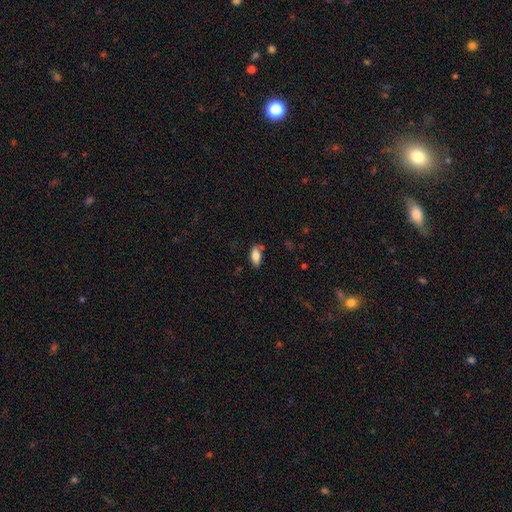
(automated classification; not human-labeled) Smooth or featured?
  - smooth: 80% *
  - featured or disk: 13%
  - star or artifact: 7%
How rounded?
  - in between: 87% *
  - cigar-shaped: 10%
  - round: 3%
Merging?
  - none: 73% *
  - minor disturbance: 18%
  - merger: 5%
  - major disturbance: 4%